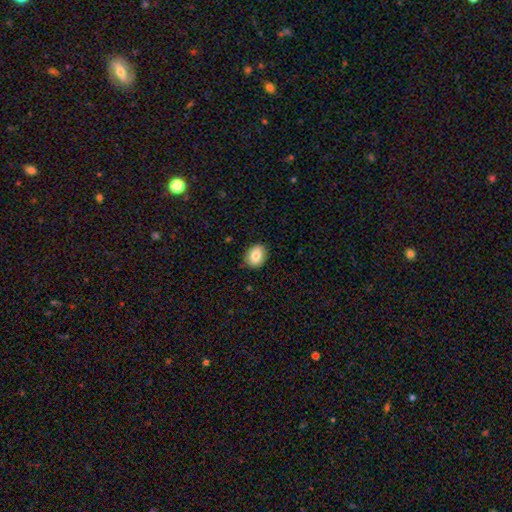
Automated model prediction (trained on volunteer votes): smooth 82%, featured or disk 10%, star or artifact 8%. Down the decision tree: how rounded — in between (50%); merging — none (84%).